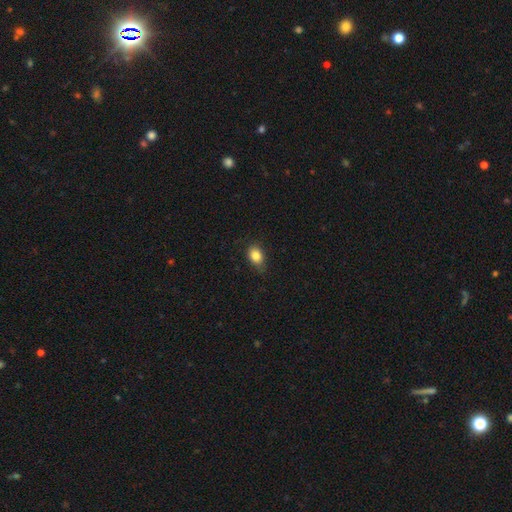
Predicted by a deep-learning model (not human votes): A smooth galaxy with no disk features (84%) that is in between round and cigar-shaped (75%).

Vote fractions:
- Smooth or featured? smooth: 84% / star or artifact: 9% / featured or disk: 7%
- How rounded? in between: 75% / round: 24% / cigar-shaped: 2%
- Merging? none: 75% / minor disturbance: 20% / major disturbance: 4% / merger: 1%